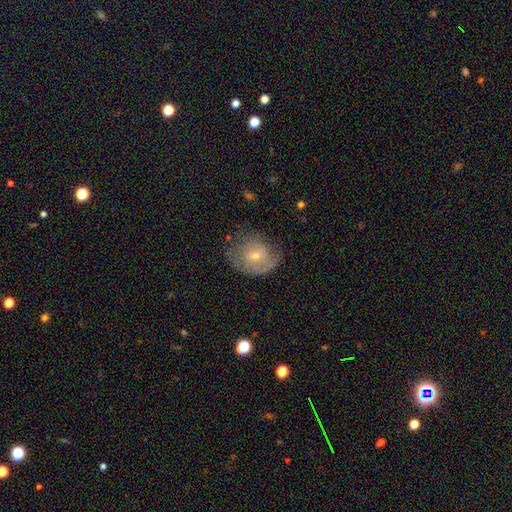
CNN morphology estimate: Smooth or featured? featured or disk (60%)
Edge-on disk? no (96%)
Bar? no (74%)
Spiral arms? yes (76%)
Bulge size? small (62%)
Merging? none (55%)